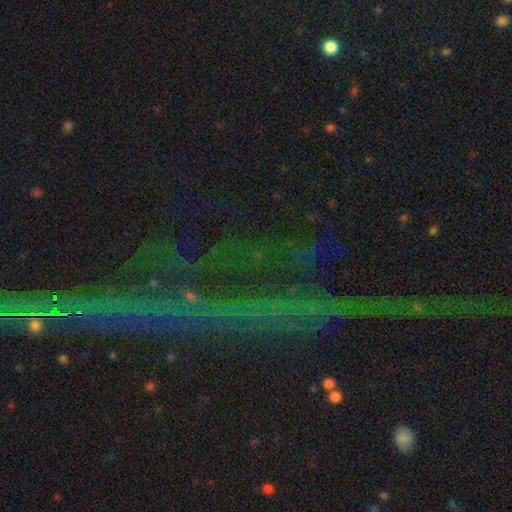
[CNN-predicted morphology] This appears to be a star or artifact, not a galaxy (80%).